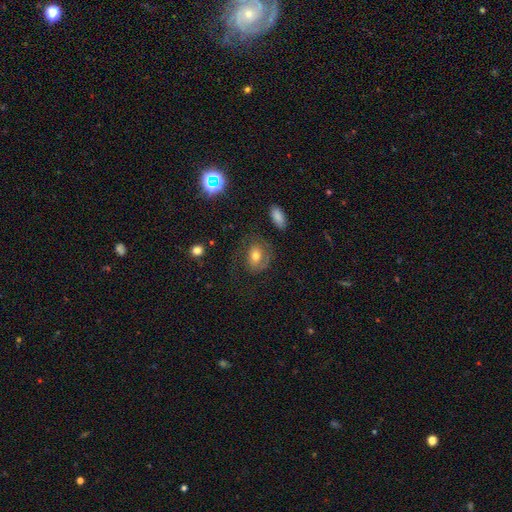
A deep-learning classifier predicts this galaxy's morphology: This appears to be a featured or disk galaxy (46%). Merging: none (54%).